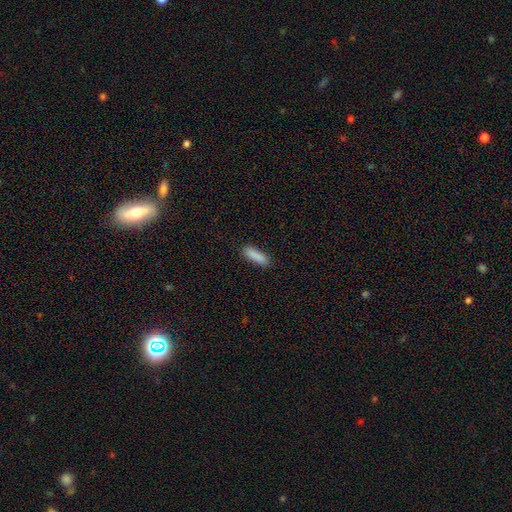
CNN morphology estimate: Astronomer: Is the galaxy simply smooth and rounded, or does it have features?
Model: smooth — 88%.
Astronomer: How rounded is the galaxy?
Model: cigar-shaped — 62%.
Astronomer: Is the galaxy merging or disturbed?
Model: none — 87%.